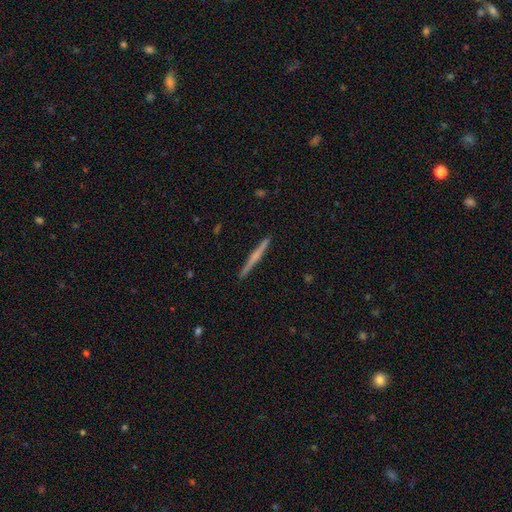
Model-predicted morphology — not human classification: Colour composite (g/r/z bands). It shows a featured or disk galaxy (55%) viewed edge-on (98%) with no central bulge (59%). Merging: none (92%).